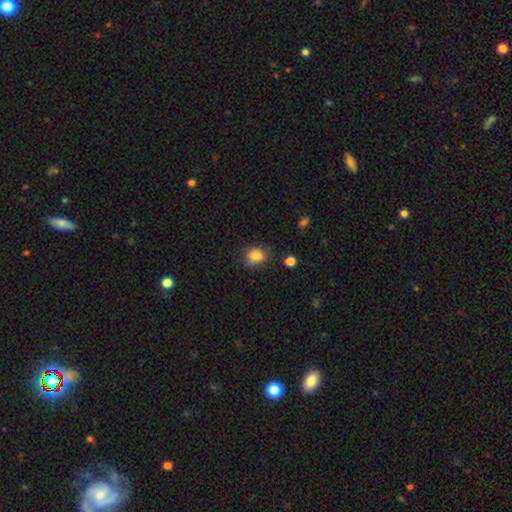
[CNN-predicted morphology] A smooth galaxy with no disk features (83%) that is round (58%). Merging: none (80%).